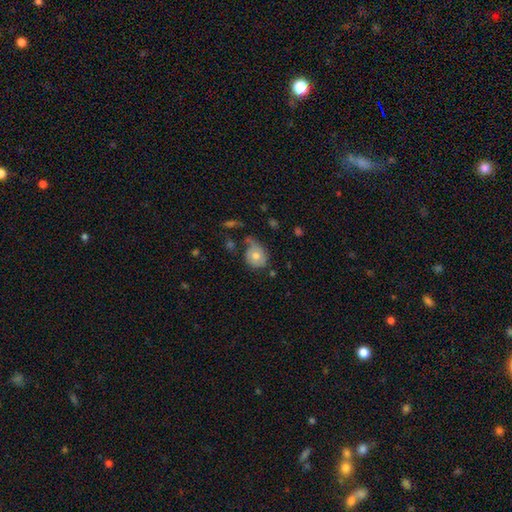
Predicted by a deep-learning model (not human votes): Morphology: type=smooth (62%); roundness=round (65%); merging=none (42%).